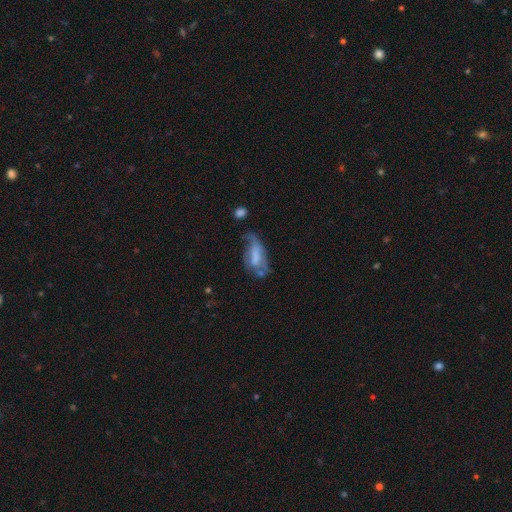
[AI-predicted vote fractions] Overall: featured or disk (47%; smooth 44%). Merging: major disturbance (39%; minor disturbance 27%).